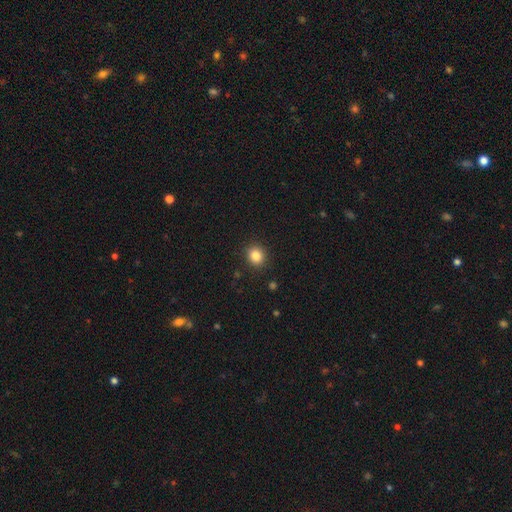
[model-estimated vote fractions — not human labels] Morphology: type=smooth (84%); roundness=round (76%); merging=none (90%).